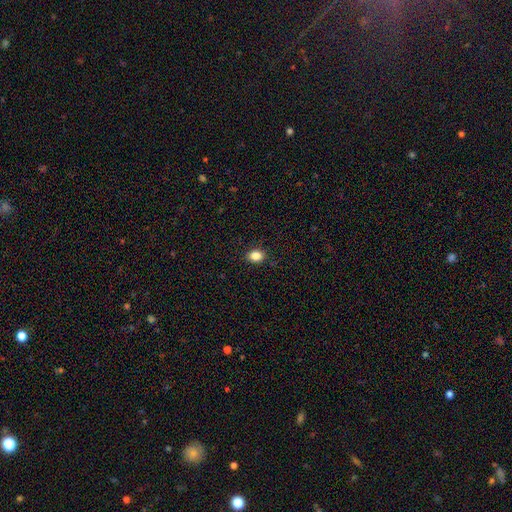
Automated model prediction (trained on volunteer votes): This appears to be a smooth galaxy with no disk features (85%) that is in between round and cigar-shaped (60%). Merging: none (88%).